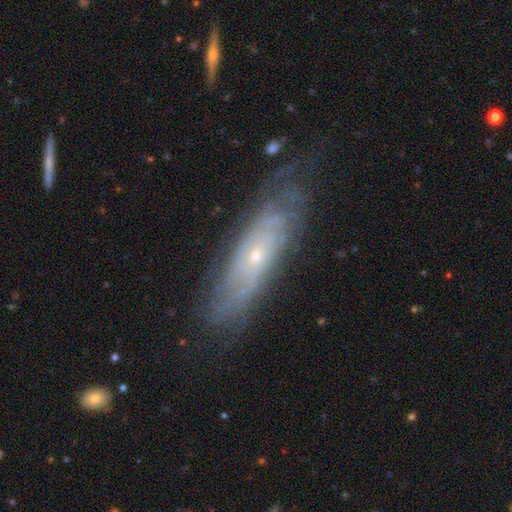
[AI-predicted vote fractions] A featured or disk galaxy (74%) with no bar (81%), spiral arms (80%) and a small central bulge (77%). Merging: none (70%).